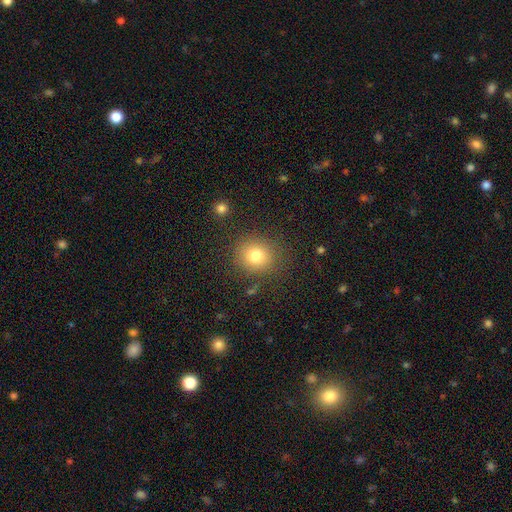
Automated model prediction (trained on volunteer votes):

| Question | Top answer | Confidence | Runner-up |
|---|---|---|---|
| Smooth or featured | smooth | 79% | star or artifact (12%) |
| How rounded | round | 79% | in between (20%) |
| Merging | none | 83% | minor disturbance (11%) |